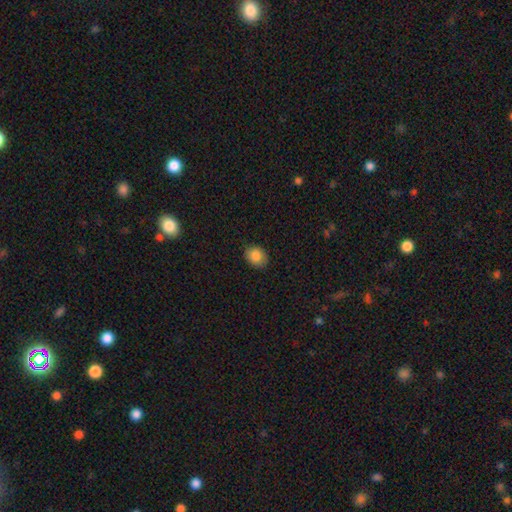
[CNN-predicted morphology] Smooth or featured? Predicted: smooth (p=0.85). How rounded? Predicted: round (p=0.53). Merging? Predicted: none (p=0.85).